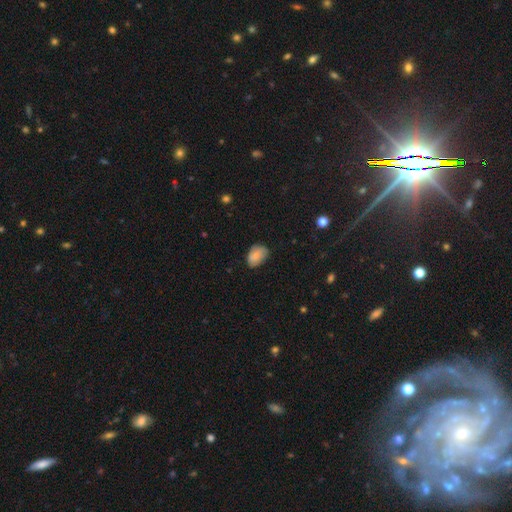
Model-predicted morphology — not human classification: A smooth galaxy with no disk features (82%) that is in between round and cigar-shaped (83%).

Vote fractions:
- Smooth or featured? smooth: 82% / featured or disk: 11% / star or artifact: 7%
- How rounded? in between: 83% / round: 16% / cigar-shaped: 1%
- Merging? none: 66% / minor disturbance: 28% / major disturbance: 5% / merger: 1%